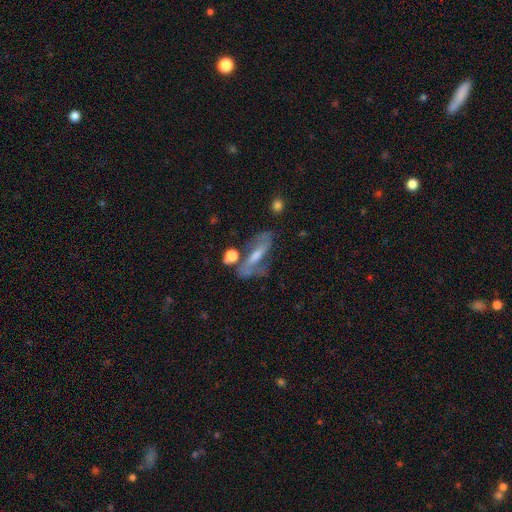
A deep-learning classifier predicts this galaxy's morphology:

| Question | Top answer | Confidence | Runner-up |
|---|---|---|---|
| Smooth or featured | featured or disk | 62% | smooth (27%) |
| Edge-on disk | no | 70% | yes (30%) |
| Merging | none | 51% | minor disturbance (21%) |